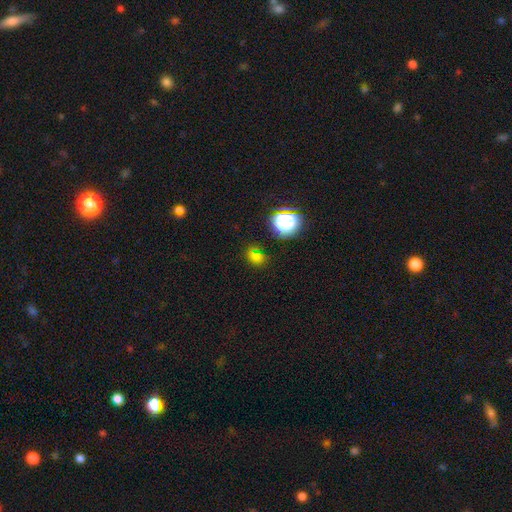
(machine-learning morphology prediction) smooth_or_featured: smooth (p=0.58) [alt: star or artifact p=0.34]
how_rounded: in between (p=0.49) [tied with: round p=0.49]
merging: none (p=0.65) [alt: minor disturbance p=0.19]